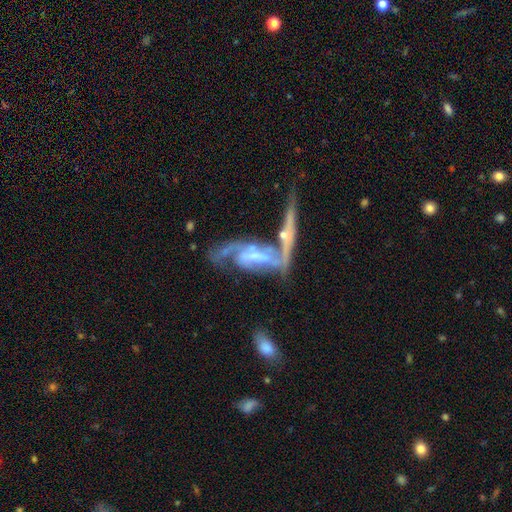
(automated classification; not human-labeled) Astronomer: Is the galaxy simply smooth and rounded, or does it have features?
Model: featured or disk — 80%.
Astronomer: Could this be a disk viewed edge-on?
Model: no — 85%.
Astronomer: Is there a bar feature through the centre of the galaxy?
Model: weak — 39% (runner-up: no, 34%).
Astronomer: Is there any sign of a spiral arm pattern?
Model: yes — 89%.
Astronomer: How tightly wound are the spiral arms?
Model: medium — 44% (runner-up: loose, 33%).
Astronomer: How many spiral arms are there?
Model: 2 — 66%.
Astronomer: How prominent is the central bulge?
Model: small — 43% (runner-up: none, 26%).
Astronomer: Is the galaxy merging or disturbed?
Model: merger — 48%.